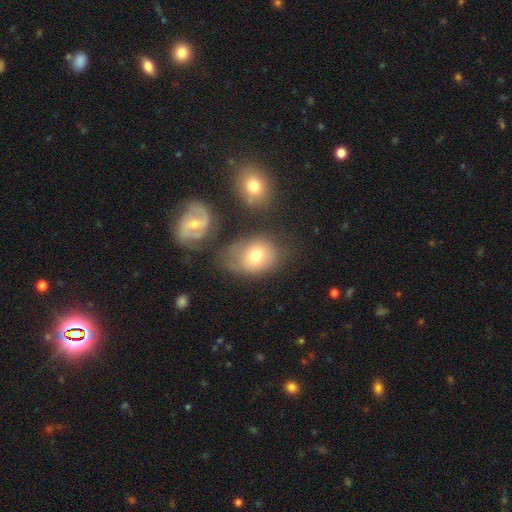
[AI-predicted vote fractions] A smooth galaxy with no disk features (68%) that is in between round and cigar-shaped (60%).

Vote fractions:
- Smooth or featured? smooth: 68% / featured or disk: 23% / star or artifact: 9%
- How rounded? in between: 60% / round: 39% / cigar-shaped: 1%
- Merging? none: 48% / minor disturbance: 24% / merger: 15% / major disturbance: 13%